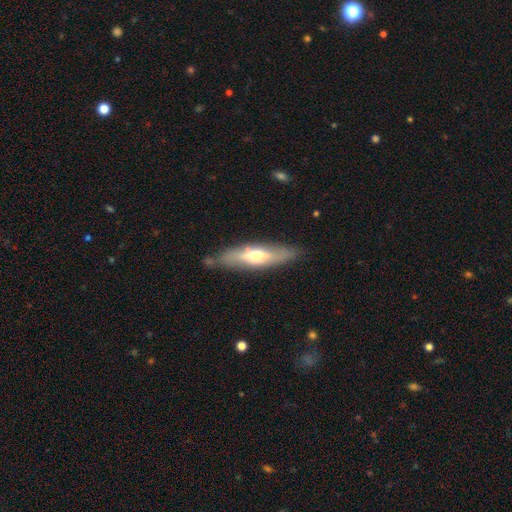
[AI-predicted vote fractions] This appears to be a featured or disk galaxy (51%) viewed edge-on (67%). Merging: none (78%).